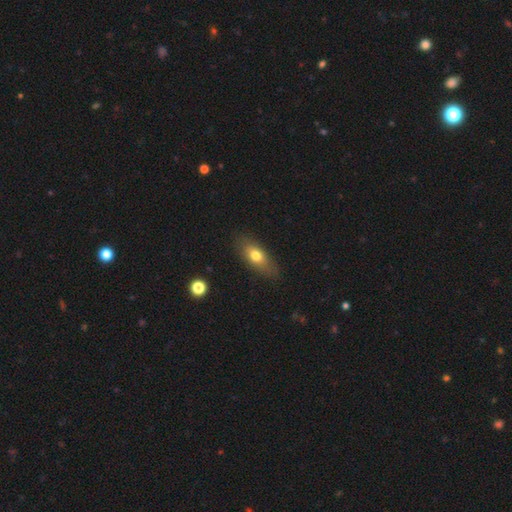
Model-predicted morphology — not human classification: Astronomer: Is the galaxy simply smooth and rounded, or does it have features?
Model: smooth — 71%.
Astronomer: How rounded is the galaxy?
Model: in between — 76%.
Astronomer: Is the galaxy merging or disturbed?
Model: none — 81%.